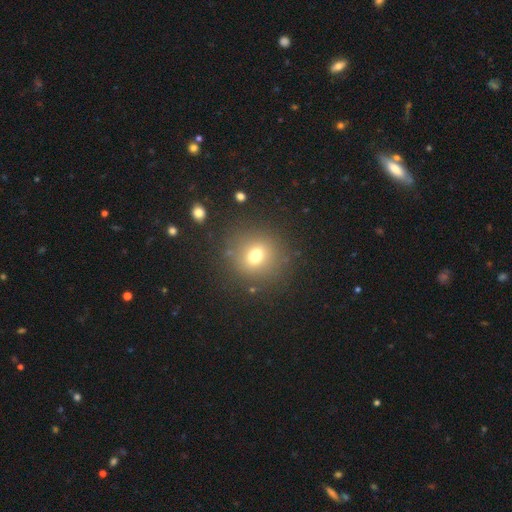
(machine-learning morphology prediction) Smooth or featured: smooth — 69% (star or artifact — 17%)
How rounded: round — 78% (in between — 21%)
Merging: none — 81% (minor disturbance — 10%)